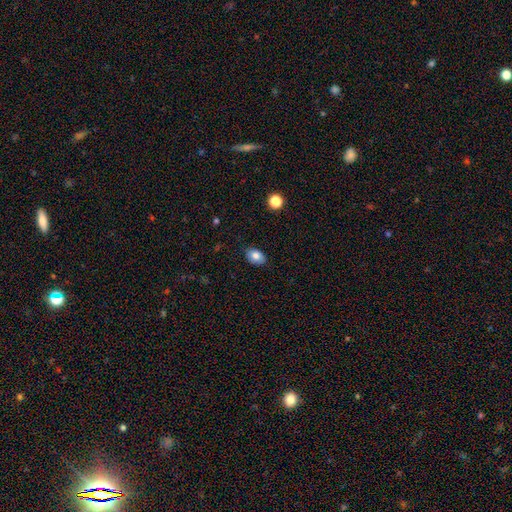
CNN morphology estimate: A smooth galaxy with no disk features (80%) that is in between round and cigar-shaped (83%).

Vote fractions:
- Smooth or featured? smooth: 80% / featured or disk: 12% / star or artifact: 8%
- How rounded? in between: 83% / round: 16% / cigar-shaped: 1%
- Merging? none: 86% / minor disturbance: 11% / major disturbance: 2% / merger: 1%